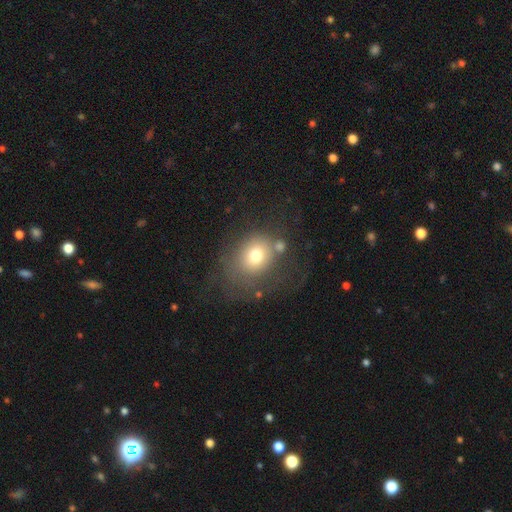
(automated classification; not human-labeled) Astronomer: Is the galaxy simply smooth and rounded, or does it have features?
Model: smooth — 71%.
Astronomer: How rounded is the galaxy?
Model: round — 63%.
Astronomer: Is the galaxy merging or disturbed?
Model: none — 53%.